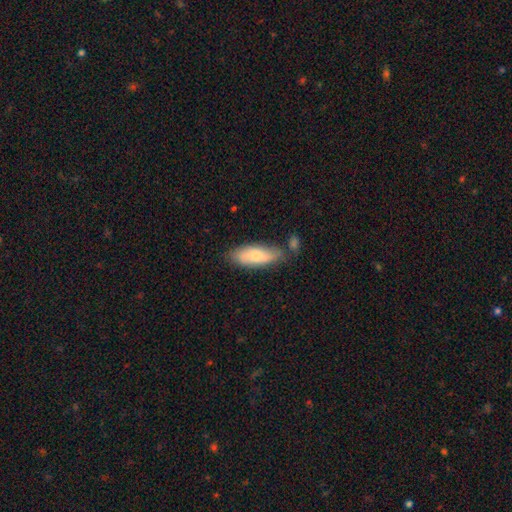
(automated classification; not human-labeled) This appears to be a smooth galaxy with no disk features (73%) that is in between round and cigar-shaped (70%). Merging: none (62%).